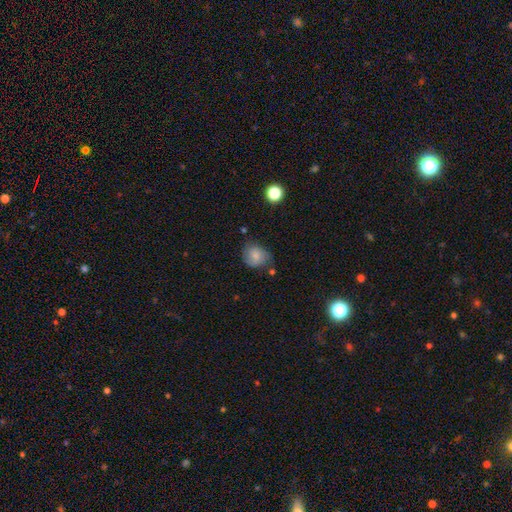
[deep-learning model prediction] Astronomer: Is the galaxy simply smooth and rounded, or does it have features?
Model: smooth — 74%.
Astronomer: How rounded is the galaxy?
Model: round — 66%.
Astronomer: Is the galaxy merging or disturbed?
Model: none — 58%.